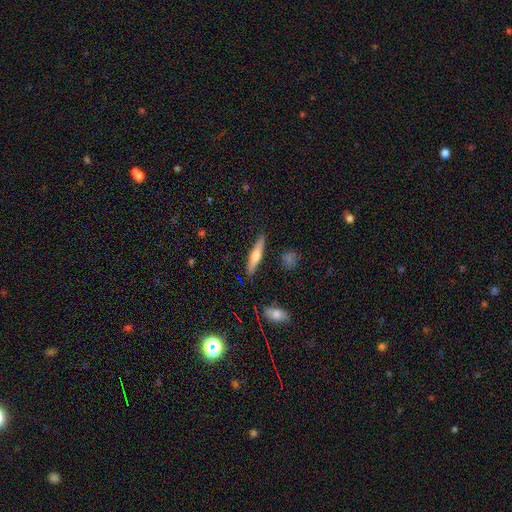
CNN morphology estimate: Overall: featured or disk (47%, tied with smooth). Merging: none (88%).